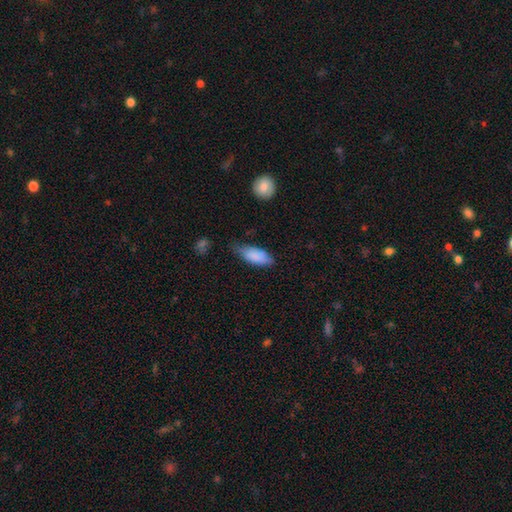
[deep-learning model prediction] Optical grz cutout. It shows a smooth galaxy with no disk features (85%) that is in between round and cigar-shaped (81%). Merging: none (49%).